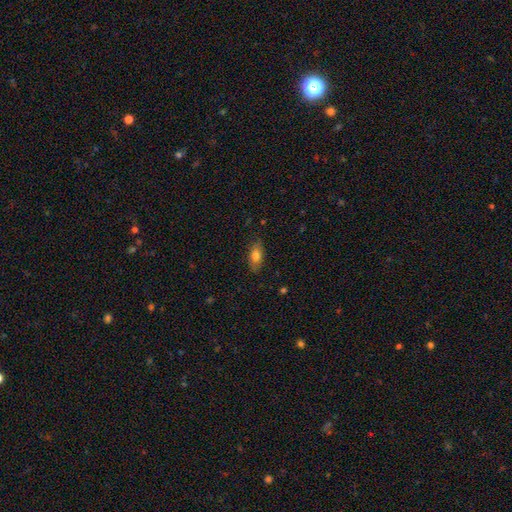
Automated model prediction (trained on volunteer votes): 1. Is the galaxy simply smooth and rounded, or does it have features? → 77% smooth, 15% featured or disk, 8% star or artifact.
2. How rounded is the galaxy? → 84% in between, 12% cigar-shaped, 4% round.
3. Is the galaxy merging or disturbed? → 82% none, 14% minor disturbance, 3% major disturbance, 1% merger.